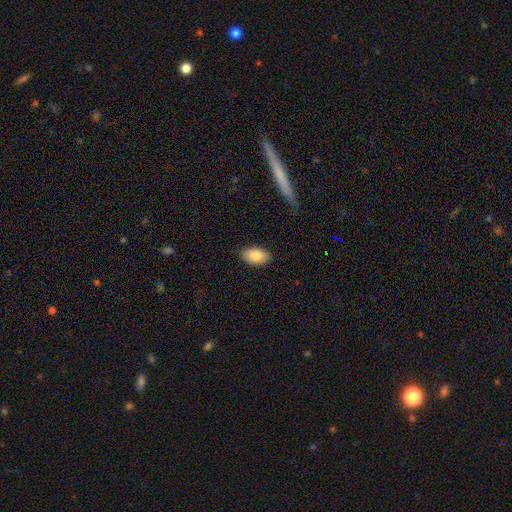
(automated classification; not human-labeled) The model was most divided on "merging": none: 86%, minor disturbance: 10%, major disturbance: 2%, merger: 1%. More confident: how rounded — in between (93%); smooth or featured — smooth (85%).